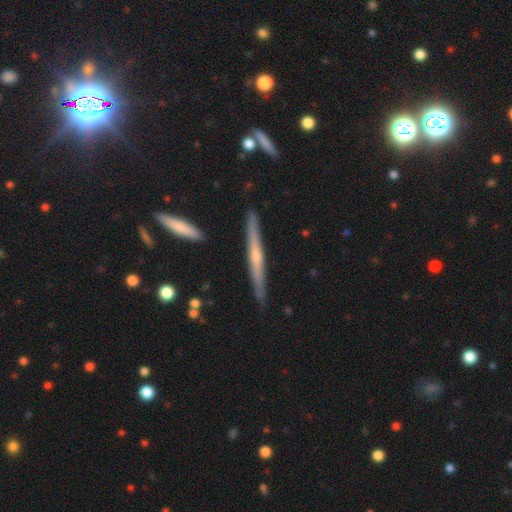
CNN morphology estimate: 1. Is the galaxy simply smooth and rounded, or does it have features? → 61% featured or disk, 33% smooth, 5% star or artifact.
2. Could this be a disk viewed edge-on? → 97% yes, 3% no.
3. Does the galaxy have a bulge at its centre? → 49% rounded, 45% none, 7% boxy.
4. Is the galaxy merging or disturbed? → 87% none, 10% minor disturbance, 2% merger, 2% major disturbance.